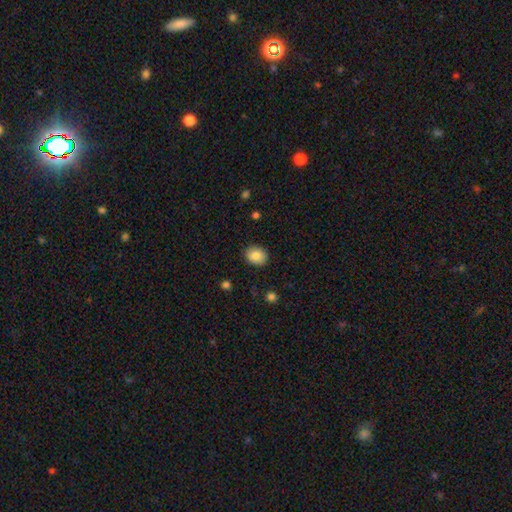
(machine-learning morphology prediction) Q: Smooth or featured?
A: smooth (86%); runner-up: star or artifact (8%)
Q: How rounded?
A: round (54%); runner-up: in between (45%)
Q: Merging?
A: none (89%); runner-up: minor disturbance (8%)